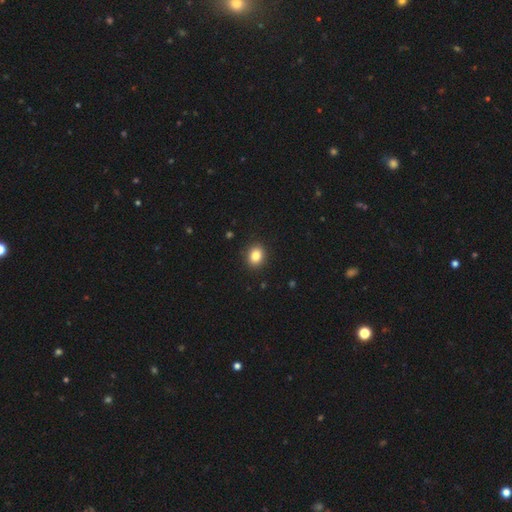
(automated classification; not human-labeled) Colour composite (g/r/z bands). It shows a smooth galaxy with no disk features (84%) that is round (64%). Merging: none (91%).